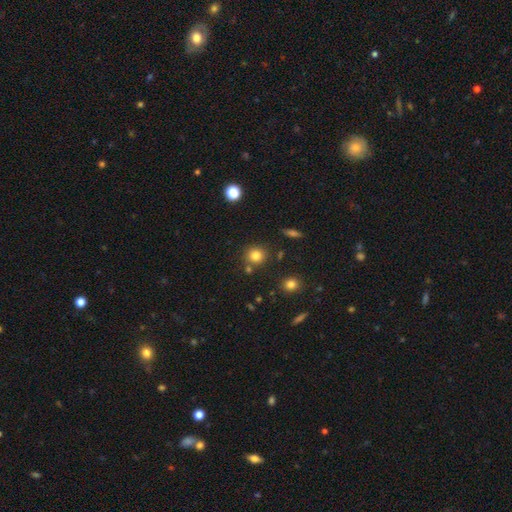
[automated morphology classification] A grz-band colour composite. It shows a smooth galaxy with no disk features (81%) that is round (87%). Merging: none (79%).